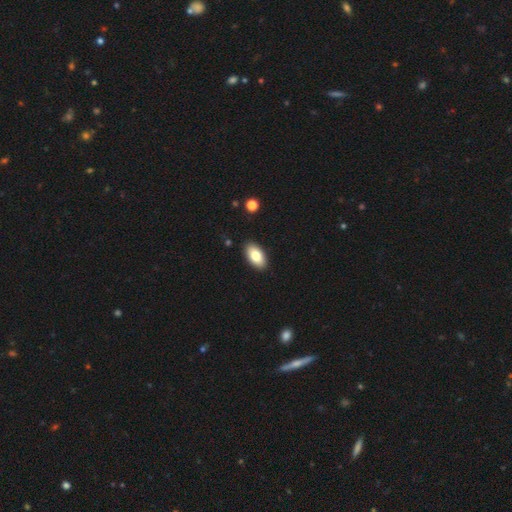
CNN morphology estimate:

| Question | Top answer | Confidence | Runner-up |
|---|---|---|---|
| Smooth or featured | smooth | 82% | featured or disk (12%) |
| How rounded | in between | 94% | round (3%) |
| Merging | none | 89% | minor disturbance (8%) |